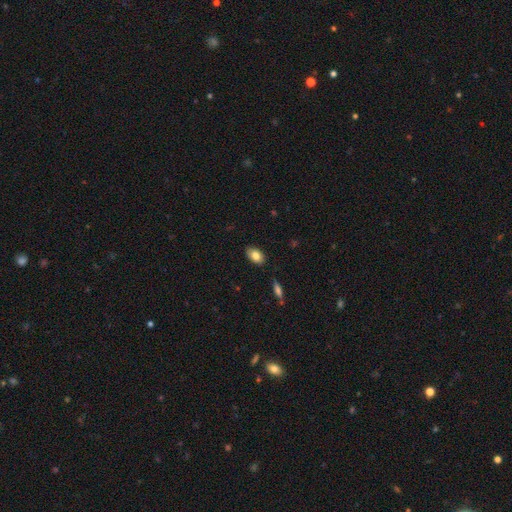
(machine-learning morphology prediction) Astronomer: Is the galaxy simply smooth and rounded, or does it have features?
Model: smooth — 81%.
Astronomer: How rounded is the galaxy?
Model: in between — 91%.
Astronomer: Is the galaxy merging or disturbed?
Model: none — 86%.